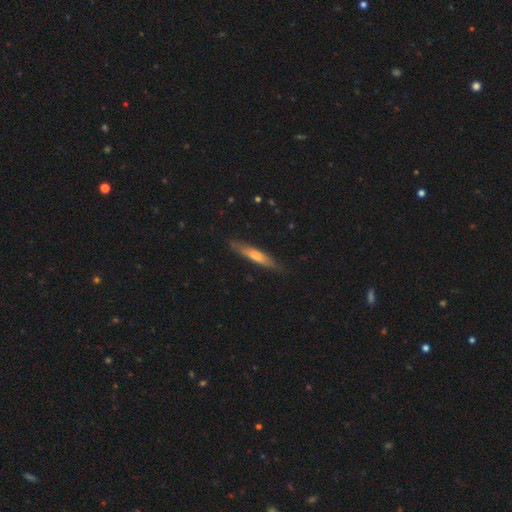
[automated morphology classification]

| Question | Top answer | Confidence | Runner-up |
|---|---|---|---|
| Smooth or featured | smooth | 47% | featured or disk (46%) |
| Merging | none | 83% | minor disturbance (13%) |